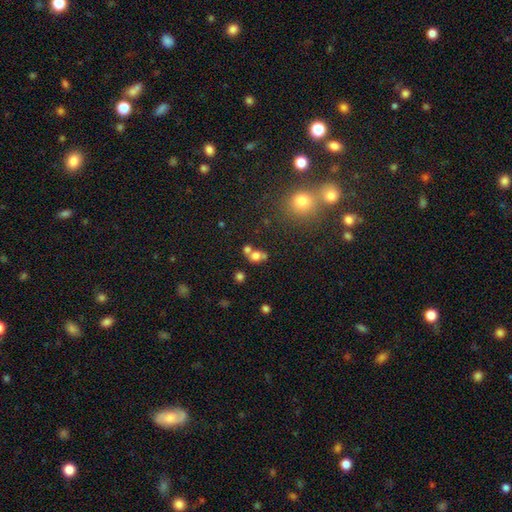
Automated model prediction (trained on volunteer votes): smooth-or-featured: smooth: 69% | star or artifact: 16% | featured or disk: 15%
  how-rounded: round: 58% | in between: 41% | cigar-shaped: 2%
  merging: merger: 47% | none: 38% | minor disturbance: 10% | major disturbance: 5%